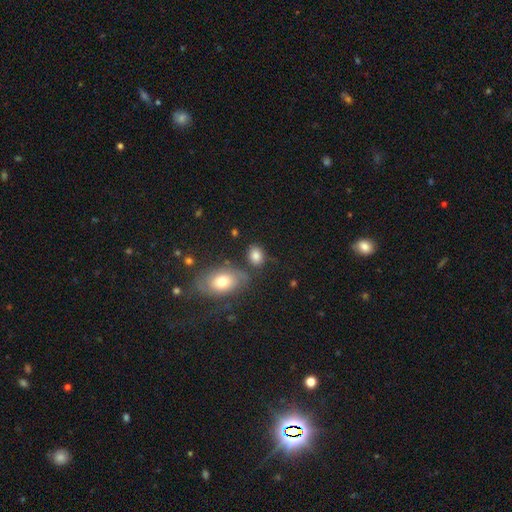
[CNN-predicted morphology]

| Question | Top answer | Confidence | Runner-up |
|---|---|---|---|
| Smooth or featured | smooth | 82% | star or artifact (10%) |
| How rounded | in between | 66% | round (32%) |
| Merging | none | 68% | minor disturbance (16%) |